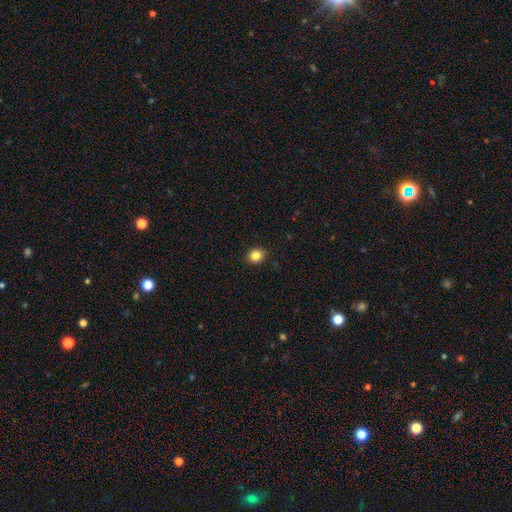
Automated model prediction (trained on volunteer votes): Smooth or featured: smooth — 84% (star or artifact — 11%)
How rounded: round — 77% (in between — 22%)
Merging: none — 91% (minor disturbance — 7%)